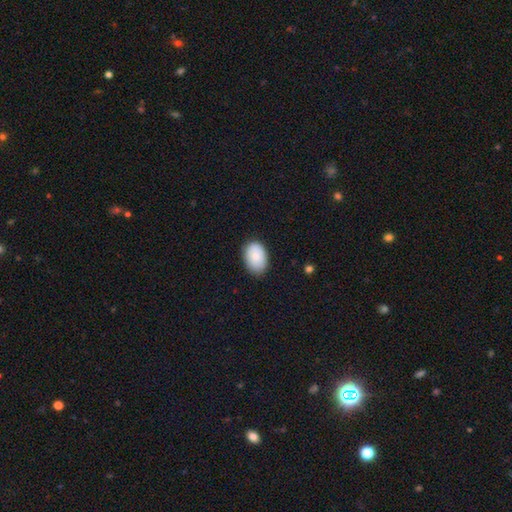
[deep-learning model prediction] Smooth or featured? Predicted: smooth (p=0.86). How rounded? Predicted: in between (p=0.87). Merging? Predicted: none (p=0.83).